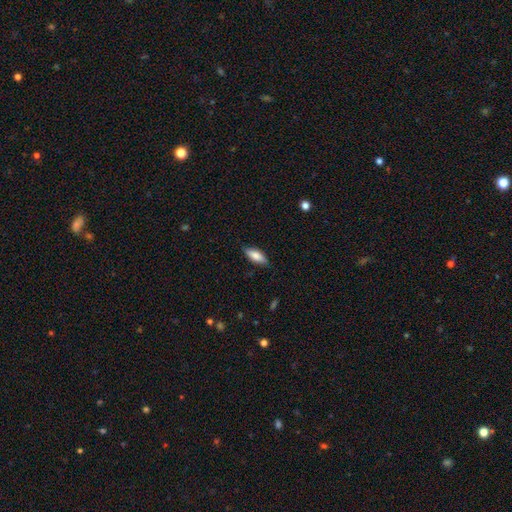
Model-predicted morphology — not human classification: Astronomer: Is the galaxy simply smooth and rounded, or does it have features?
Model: smooth — 77%.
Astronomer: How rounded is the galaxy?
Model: in between — 67%.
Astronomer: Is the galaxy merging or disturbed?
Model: none — 84%.